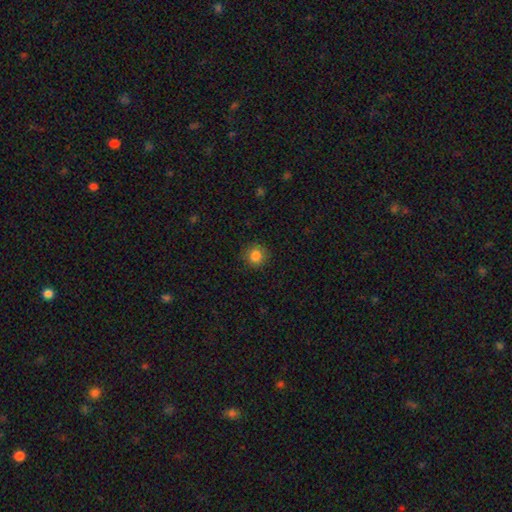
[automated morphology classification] type=smooth (84%); roundness=round (88%); merging=none (89%).